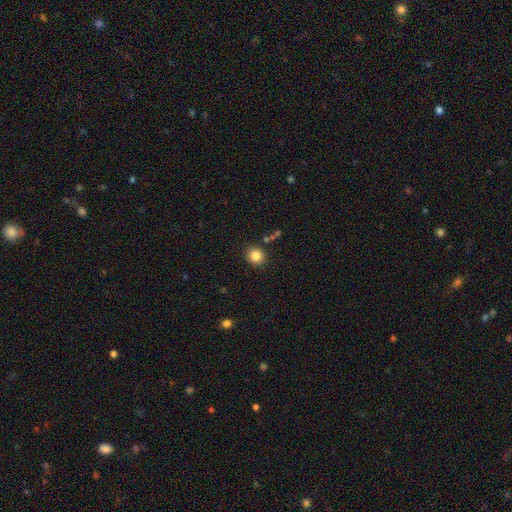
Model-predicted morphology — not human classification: A smooth galaxy with no disk features (84%) that is round (87%).

Vote fractions:
- Smooth or featured? smooth: 84% / star or artifact: 11% / featured or disk: 5%
- How rounded? round: 87% / in between: 12% / cigar-shaped: 1%
- Merging? none: 86% / minor disturbance: 8% / merger: 3% / major disturbance: 3%